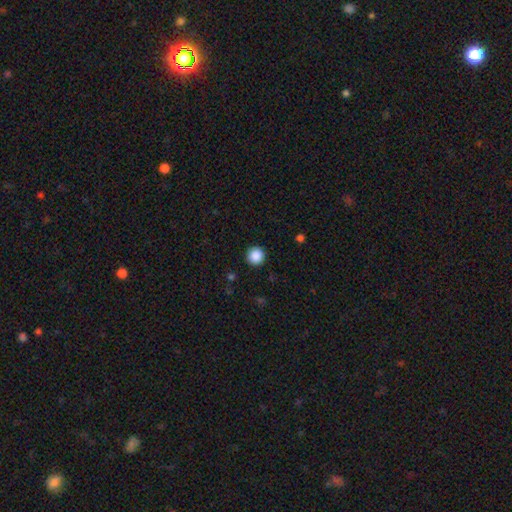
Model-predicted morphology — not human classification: smooth 88%, star or artifact 9%, featured or disk 2%. Down the decision tree: how rounded — round (96%); merging — none (92%).